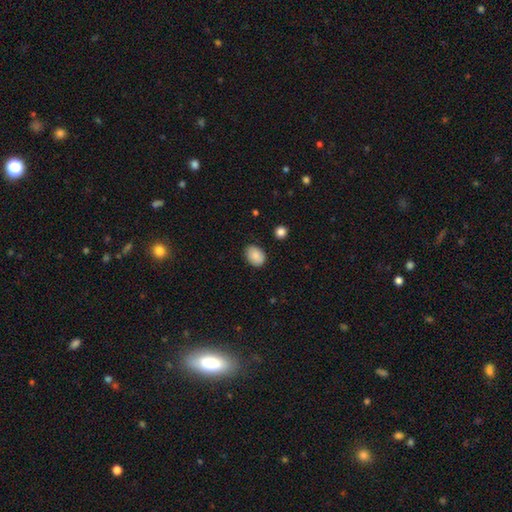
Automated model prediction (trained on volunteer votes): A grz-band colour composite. It shows a smooth galaxy with no disk features (87%) that is in between round and cigar-shaped (69%). Merging: none (84%).